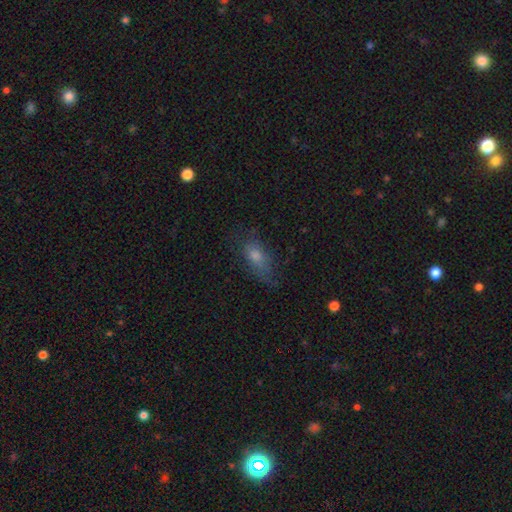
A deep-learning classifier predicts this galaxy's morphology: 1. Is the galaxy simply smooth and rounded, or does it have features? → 58% smooth, 27% featured or disk, 15% star or artifact.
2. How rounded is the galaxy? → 72% in between, 20% cigar-shaped, 7% round.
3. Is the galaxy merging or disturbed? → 63% none, 24% minor disturbance, 11% major disturbance, 2% merger.